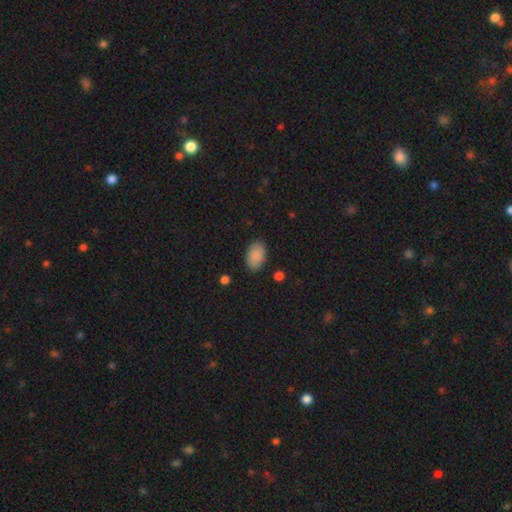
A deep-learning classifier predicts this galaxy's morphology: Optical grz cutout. It shows a smooth galaxy with no disk features (88%) that is in between round and cigar-shaped (90%). Merging: none (84%).